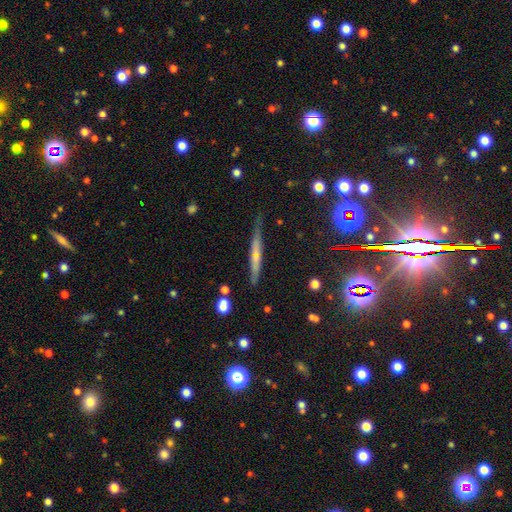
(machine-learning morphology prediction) Q: Smooth or featured?
A: featured or disk (49%); runner-up: smooth (39%)
Q: Merging?
A: none (75%); runner-up: minor disturbance (19%)